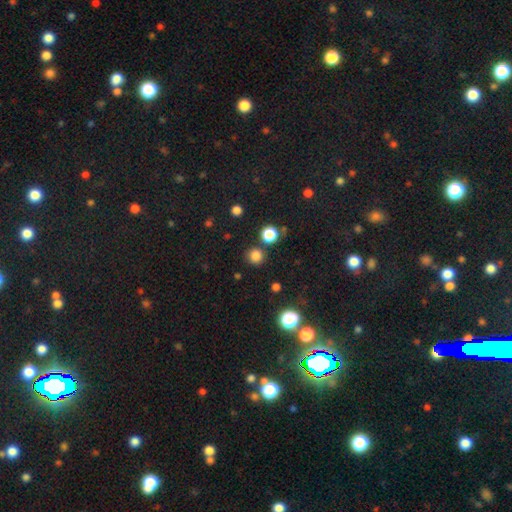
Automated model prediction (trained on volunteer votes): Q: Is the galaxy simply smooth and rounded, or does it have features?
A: smooth — 81%.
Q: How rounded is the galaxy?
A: round — 92%.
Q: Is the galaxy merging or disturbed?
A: none — 83%.